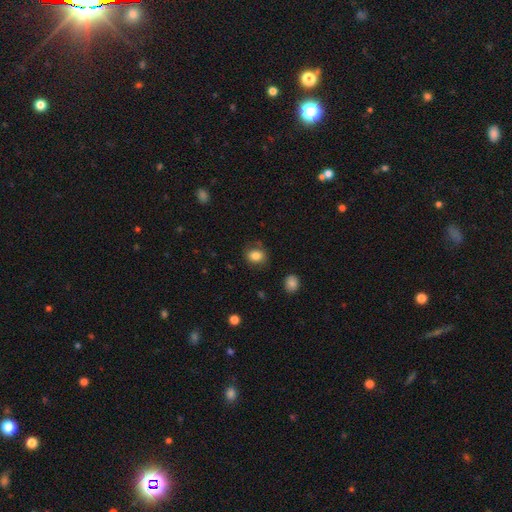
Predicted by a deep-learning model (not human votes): Smooth or featured: smooth — 83% (star or artifact — 10%)
How rounded: round — 50% (in between — 49%)
Merging: none — 77% (minor disturbance — 16%)